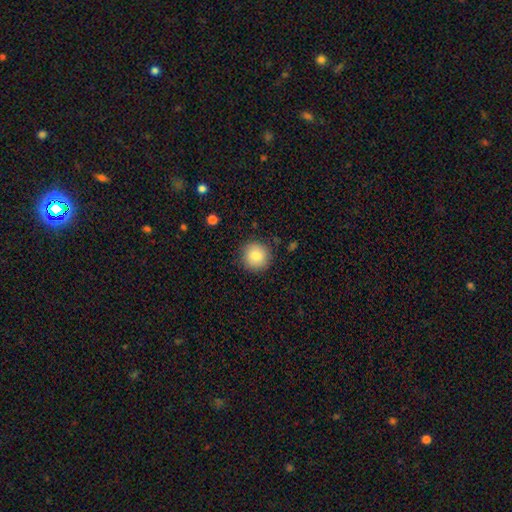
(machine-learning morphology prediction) Smooth or featured? smooth (84%)
How rounded? round (93%)
Merging? none (87%)